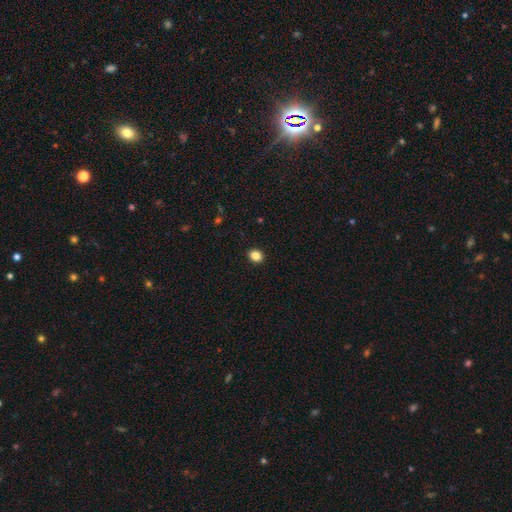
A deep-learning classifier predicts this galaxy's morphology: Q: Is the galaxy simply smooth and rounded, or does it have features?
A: smooth — 86%.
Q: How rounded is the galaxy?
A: round — 63%.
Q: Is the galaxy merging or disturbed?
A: none — 92%.